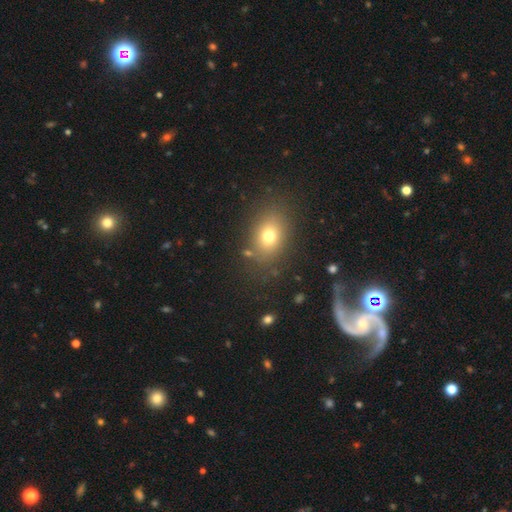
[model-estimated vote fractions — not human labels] Overall: smooth (47%; featured or disk 34%). Merging: none (78%).